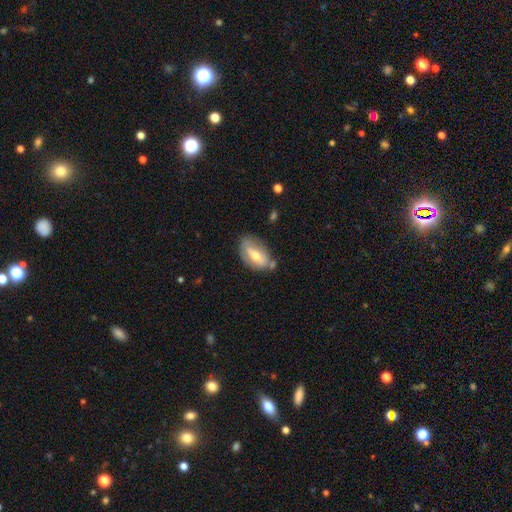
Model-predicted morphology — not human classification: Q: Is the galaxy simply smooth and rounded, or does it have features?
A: smooth — 49%.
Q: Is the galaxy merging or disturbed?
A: none — 57%.